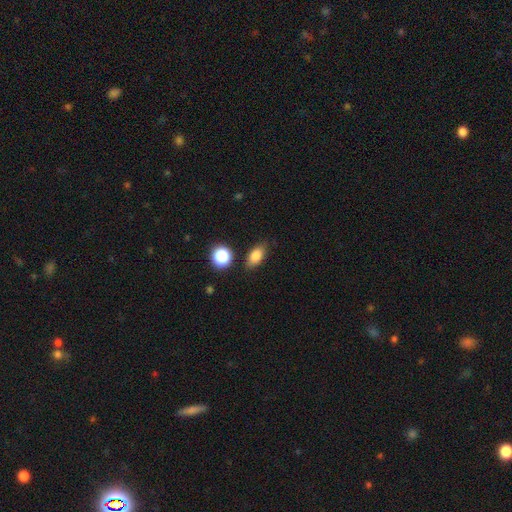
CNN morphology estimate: This is clearly a smooth galaxy (82%). How rounded: clearly in between (82%). Merging: clearly none (81%).